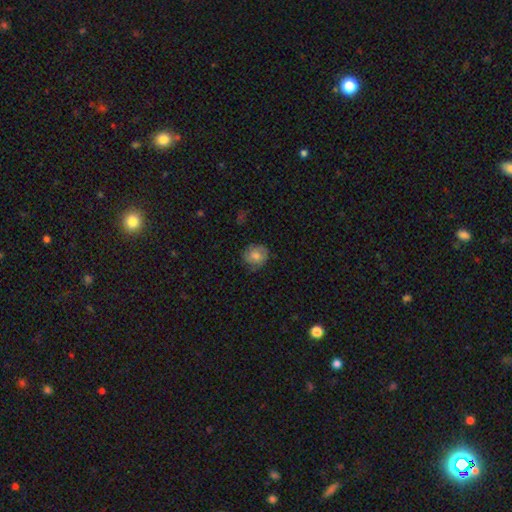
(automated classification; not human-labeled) The model was most divided on "smooth or featured": smooth: 67%, featured or disk: 24%, star or artifact: 9%. More confident: how rounded — round (77%); merging — none (74%).